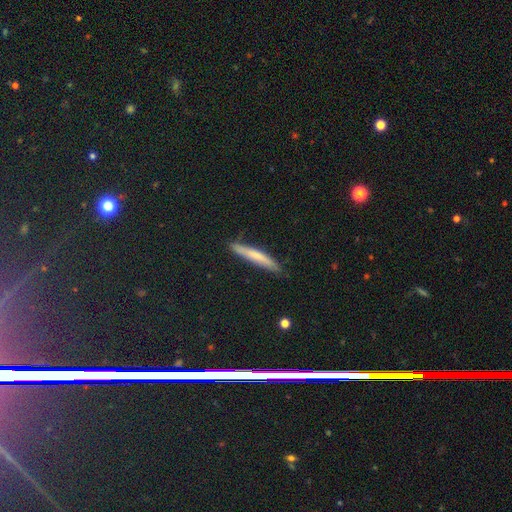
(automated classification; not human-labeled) Smooth or featured? Predicted: smooth (p=0.58). How rounded? Predicted: cigar-shaped (p=0.94). Merging? Predicted: none (p=0.86).